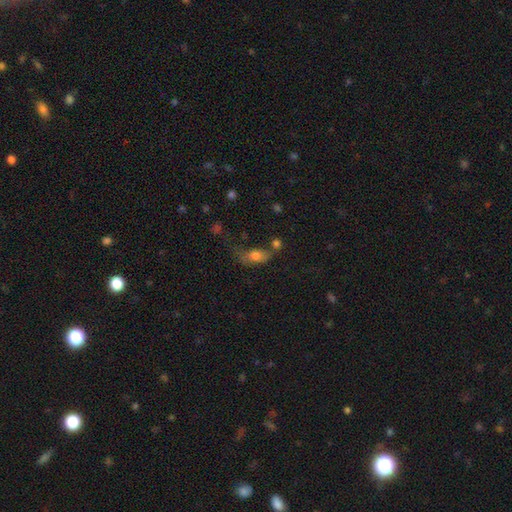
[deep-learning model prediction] This is likely a smooth galaxy (71%). How rounded: likely in between (78%). Merging: marginally none (33%).